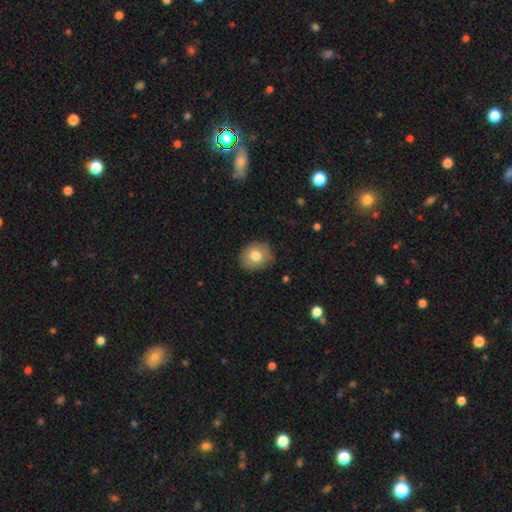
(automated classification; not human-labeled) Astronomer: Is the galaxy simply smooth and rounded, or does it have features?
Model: smooth — 76%.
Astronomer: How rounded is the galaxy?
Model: round — 72%.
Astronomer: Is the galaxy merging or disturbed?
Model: none — 79%.